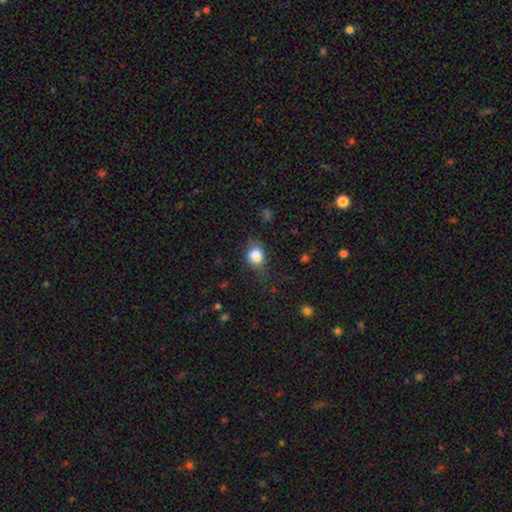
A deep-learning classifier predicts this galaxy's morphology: Overall: smooth (79%). How rounded: round (54%; in between 44%). Merging: none (49%; minor disturbance 30%).